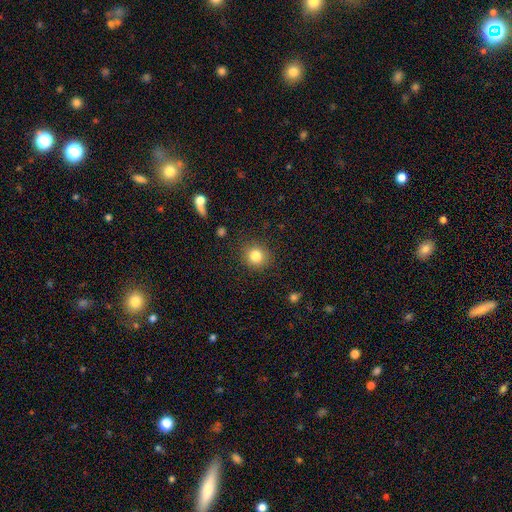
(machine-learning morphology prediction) type=smooth (82%); roundness=round (86%); merging=none (88%).